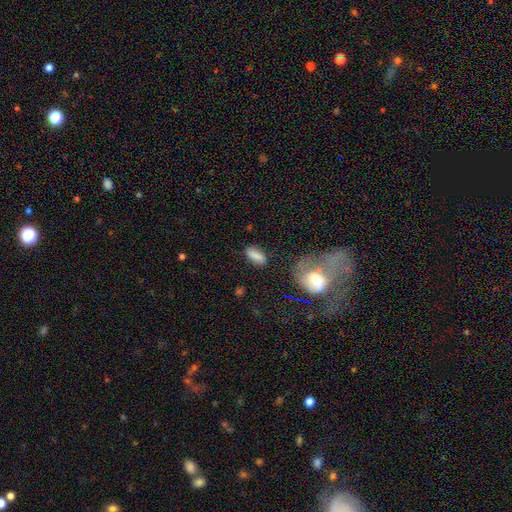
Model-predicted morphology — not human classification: The model was most divided on "how rounded": in between: 77%, cigar-shaped: 19%, round: 4%. More confident: smooth or featured — smooth (80%); merging — none (77%).